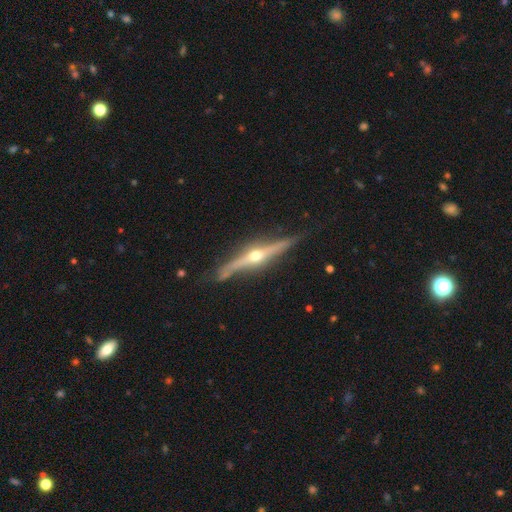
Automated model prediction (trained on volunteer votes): This is clearly a featured or disk galaxy (85%). It is clearly viewed edge-on (97%). Edge-on bulge: clearly rounded (95%). Merging: clearly none (85%).